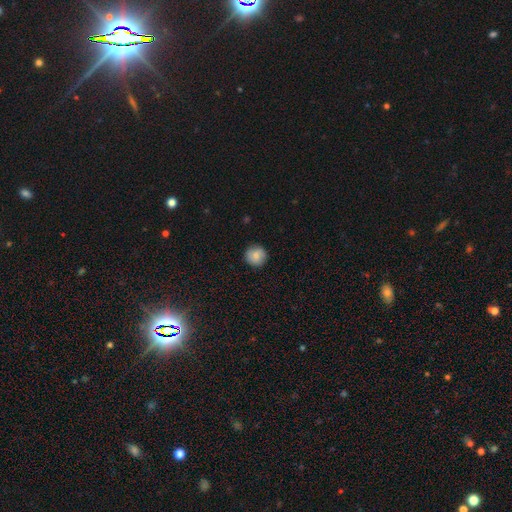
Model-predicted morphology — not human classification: Smooth or featured: smooth — 83% (featured or disk — 9%)
How rounded: round — 95% (in between — 4%)
Merging: none — 90% (minor disturbance — 7%)